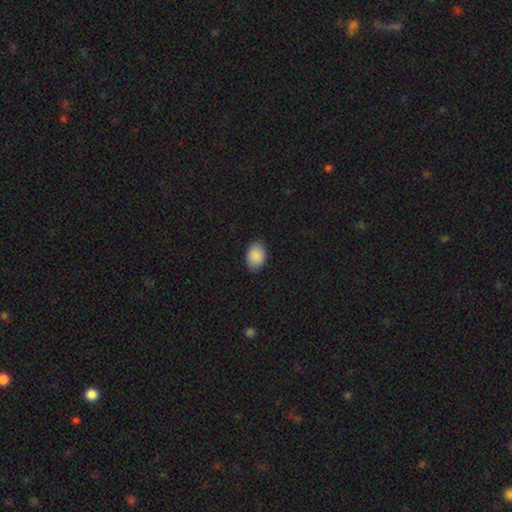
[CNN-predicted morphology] Overall: smooth (90%). How rounded: in between (80%). Merging: none (86%).